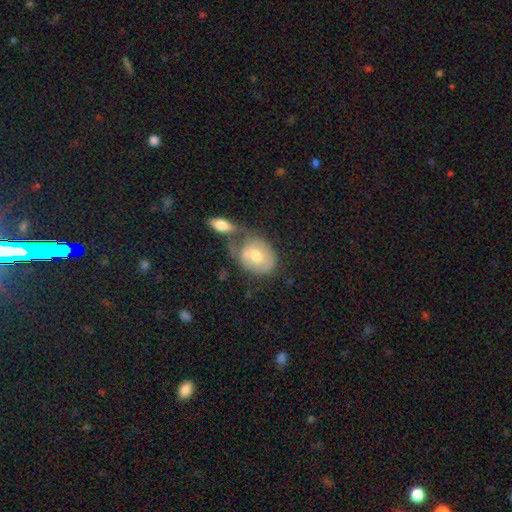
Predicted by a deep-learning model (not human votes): Smooth or featured?
  - smooth: 56% *
  - featured or disk: 37%
  - star or artifact: 7%
How rounded?
  - in between: 56% *
  - round: 43%
  - cigar-shaped: 1%
Merging?
  - merger: 42% *
  - none: 33%
  - minor disturbance: 17%
  - major disturbance: 9%